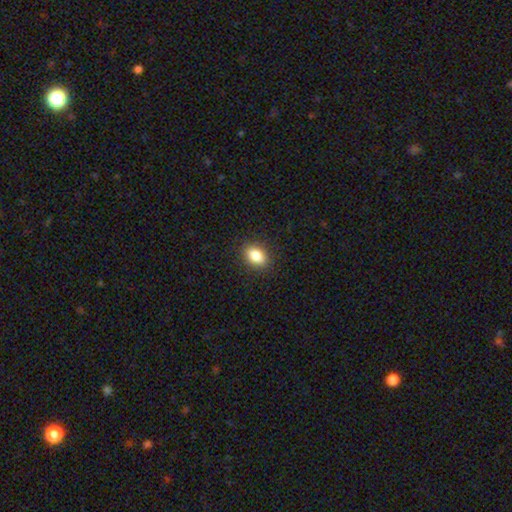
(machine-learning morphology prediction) This appears to be a smooth galaxy with no disk features (85%) that is in between round and cigar-shaped (78%). Merging: none (89%).